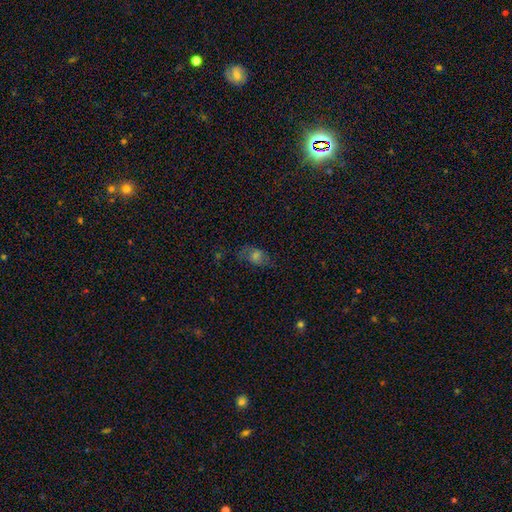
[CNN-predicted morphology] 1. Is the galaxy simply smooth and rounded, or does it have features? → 52% smooth, 25% featured or disk, 23% star or artifact.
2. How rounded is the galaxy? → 77% in between, 19% round, 4% cigar-shaped.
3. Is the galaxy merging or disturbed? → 59% none, 23% minor disturbance, 16% major disturbance, 3% merger.